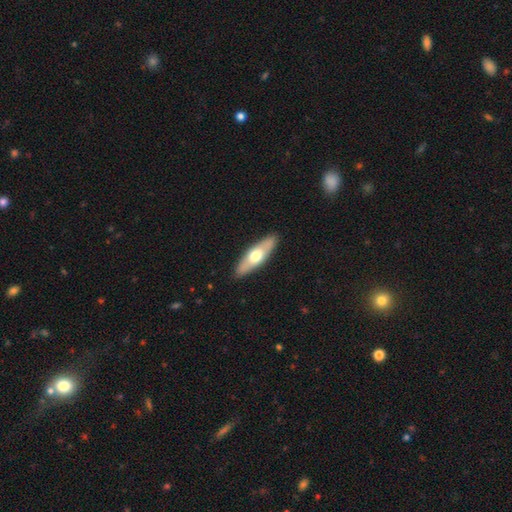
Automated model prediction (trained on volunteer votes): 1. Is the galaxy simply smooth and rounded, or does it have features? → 53% smooth, 42% featured or disk, 5% star or artifact.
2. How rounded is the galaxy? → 54% cigar-shaped, 43% in between, 2% round.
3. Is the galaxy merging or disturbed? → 89% none, 8% minor disturbance, 2% major disturbance, 1% merger.